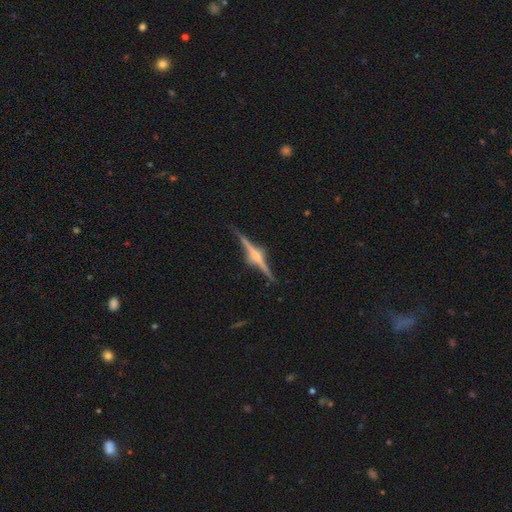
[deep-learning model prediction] smooth-or-featured: featured or disk: 86% | smooth: 8% | star or artifact: 6%
  disk-edge-on: yes: 98% | no: 2%
    edge-on-bulge: rounded: 89% | boxy: 7% | none: 4%
  merging: none: 88% | minor disturbance: 9% | major disturbance: 2% | merger: 1%